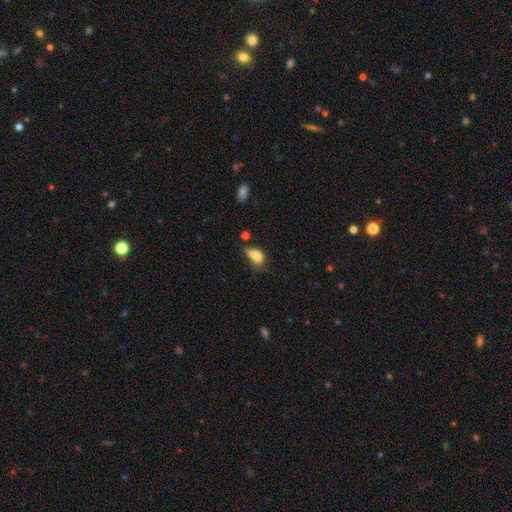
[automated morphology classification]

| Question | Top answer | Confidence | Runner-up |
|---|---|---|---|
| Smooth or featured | smooth | 78% | featured or disk (12%) |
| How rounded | in between | 84% | round (9%) |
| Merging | minor disturbance | 33% | none (30%) |